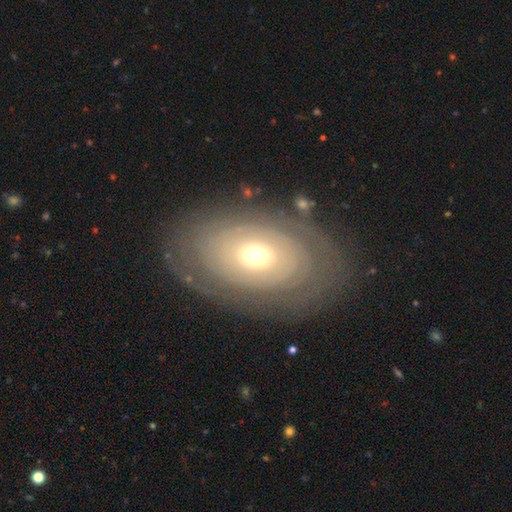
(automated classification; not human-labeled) smooth_or_featured: featured or disk (p=0.65) [alt: smooth p=0.28]
disk_edge_on: no (p=0.93) [alt: yes p=0.07]
bar: no (p=0.86) [alt: weak p=0.10]
has_spiral_arms: yes (p=0.50) [tied with: no p=0.50]
bulge_size: moderate (p=0.59) [alt: small p=0.32]
merging: none (p=0.80) [alt: minor disturbance p=0.12]